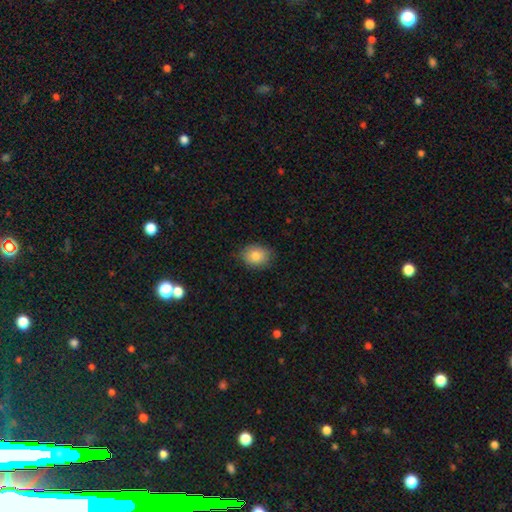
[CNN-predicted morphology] type=smooth (84%); roundness=in between (57%); merging=none (82%).